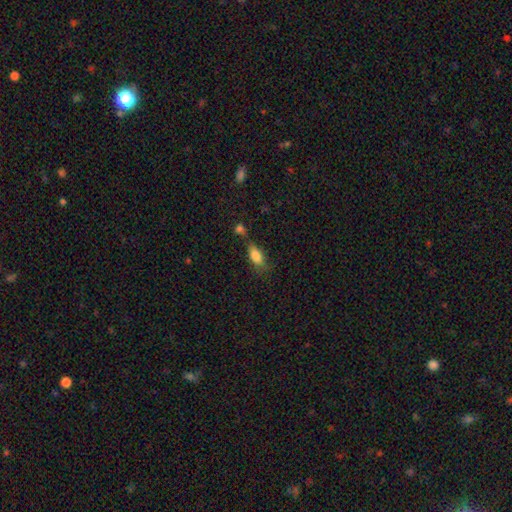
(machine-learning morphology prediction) This appears to be a smooth galaxy with no disk features (81%) that is in between round and cigar-shaped (83%). Merging: none (46%).